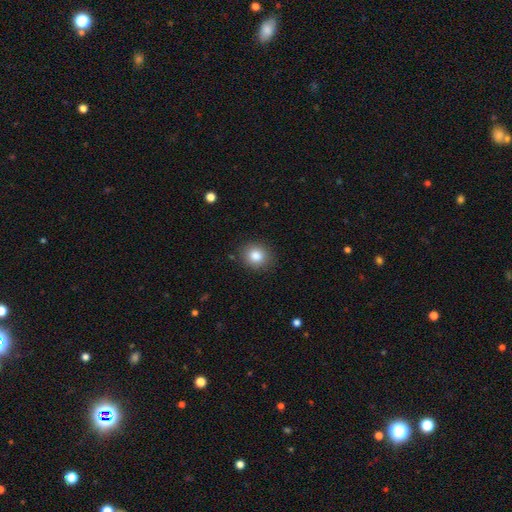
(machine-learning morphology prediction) A smooth galaxy with no disk features (85%) that is round (75%).

Vote fractions:
- Smooth or featured? smooth: 85% / star or artifact: 9% / featured or disk: 6%
- How rounded? round: 75% / in between: 24% / cigar-shaped: 1%
- Merging? none: 87% / minor disturbance: 9% / major disturbance: 3% / merger: 1%